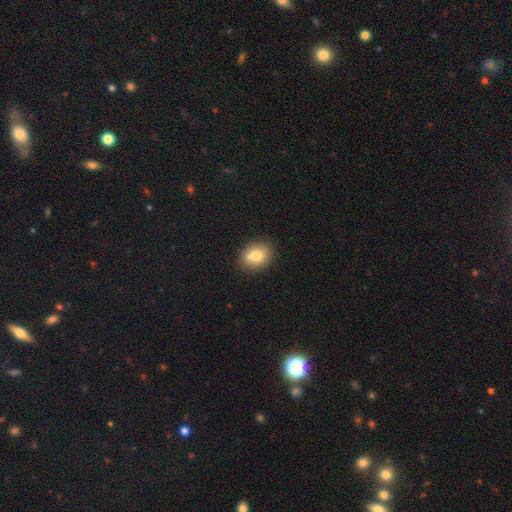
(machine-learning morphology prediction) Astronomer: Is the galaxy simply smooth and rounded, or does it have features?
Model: smooth — 75%.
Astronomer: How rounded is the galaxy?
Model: round — 54% (runner-up: in between, 45%).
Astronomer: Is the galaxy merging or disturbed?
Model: none — 69%.